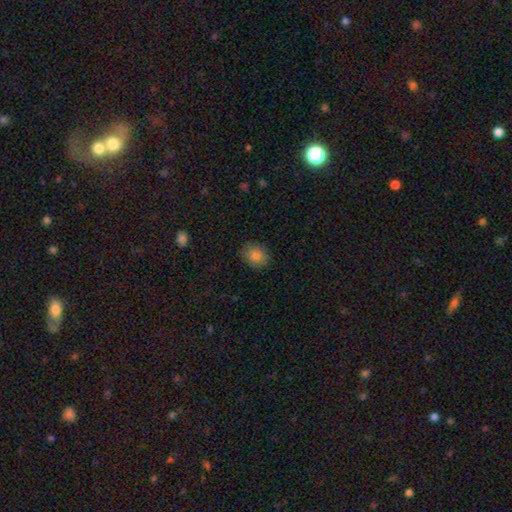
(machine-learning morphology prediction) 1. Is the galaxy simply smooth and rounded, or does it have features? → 83% smooth, 10% star or artifact, 8% featured or disk.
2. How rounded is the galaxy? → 66% round, 33% in between, 1% cigar-shaped.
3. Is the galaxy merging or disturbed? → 85% none, 11% minor disturbance, 2% major disturbance, 1% merger.